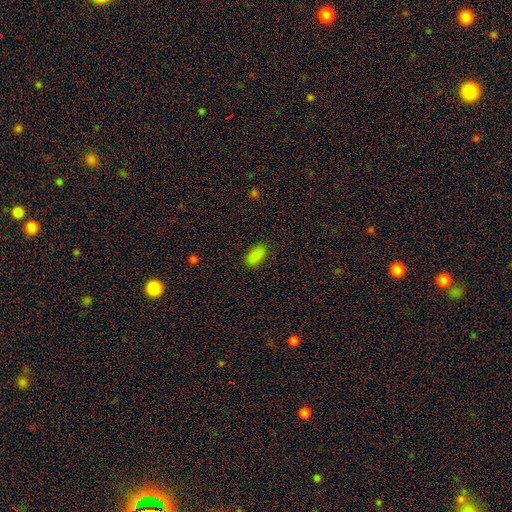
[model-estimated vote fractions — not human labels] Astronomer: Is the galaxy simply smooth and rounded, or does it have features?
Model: smooth — 86%.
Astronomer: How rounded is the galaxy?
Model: in between — 90%.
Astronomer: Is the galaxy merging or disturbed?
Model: none — 84%.